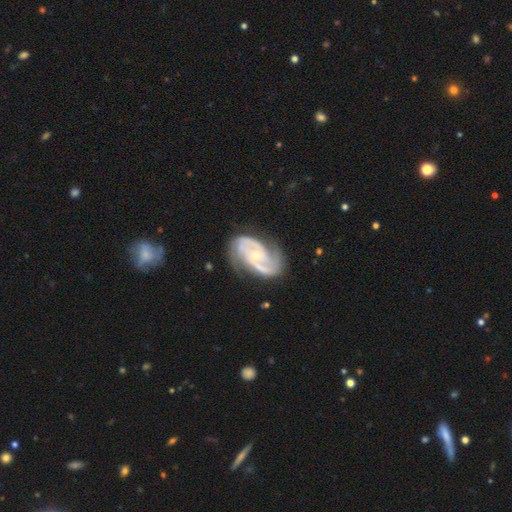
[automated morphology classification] Overall: featured or disk (90%). Edge-on disk: no (97%). Bar: no (50%; weak 35%). Spiral arms: yes (98%). Spiral arm count: 2 (79%). Spiral winding: medium (46%; tight 42%). Bulge size: small (65%; moderate 31%). Merging: none (70%).